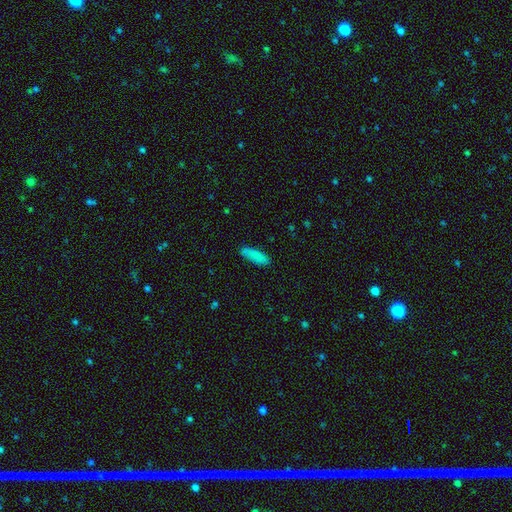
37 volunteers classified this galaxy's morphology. This is clearly a smooth galaxy (92%). How rounded: possibly cigar-shaped (59%). Merging: clearly none (89%).